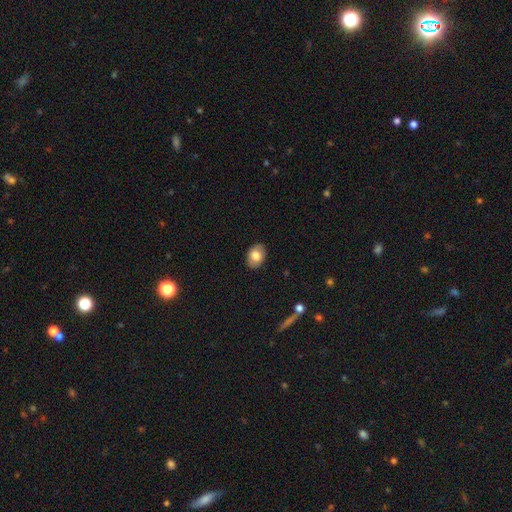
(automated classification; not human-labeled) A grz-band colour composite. It shows a smooth galaxy with no disk features (76%) that is in between round and cigar-shaped (75%). Merging: none (88%).